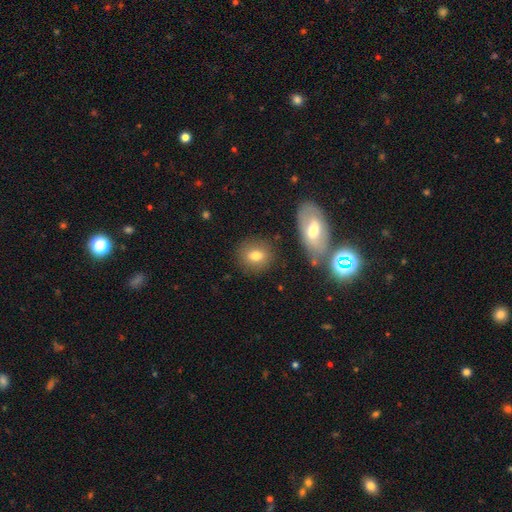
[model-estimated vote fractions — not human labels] Smooth or featured? smooth (76%)
How rounded? round (65%)
Merging? none (83%)